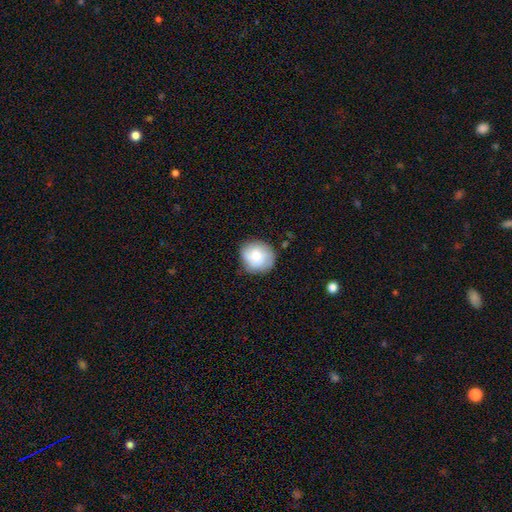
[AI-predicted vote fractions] A smooth galaxy with no disk features (67%) that is round (86%).

Vote fractions:
- Smooth or featured? smooth: 67% / featured or disk: 26% / star or artifact: 8%
- How rounded? round: 86% / in between: 13% / cigar-shaped: 1%
- Merging? none: 78% / minor disturbance: 16% / major disturbance: 4% / merger: 2%